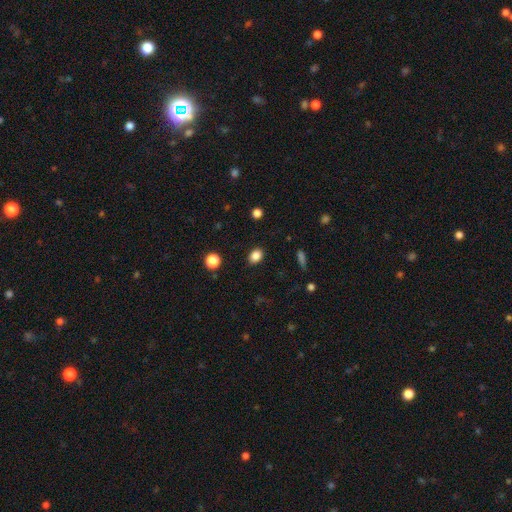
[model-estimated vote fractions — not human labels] smooth-or-featured: smooth: 85% | star or artifact: 11% | featured or disk: 4%
  how-rounded: in between: 64% | round: 35% | cigar-shaped: 1%
  merging: none: 88% | minor disturbance: 8% | major disturbance: 3% | merger: 1%